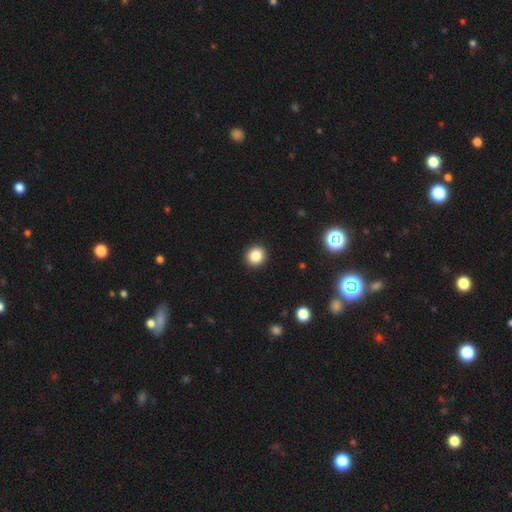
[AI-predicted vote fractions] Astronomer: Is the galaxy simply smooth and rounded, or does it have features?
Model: smooth — 85%.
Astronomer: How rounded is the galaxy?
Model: round — 92%.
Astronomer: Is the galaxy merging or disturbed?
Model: none — 93%.